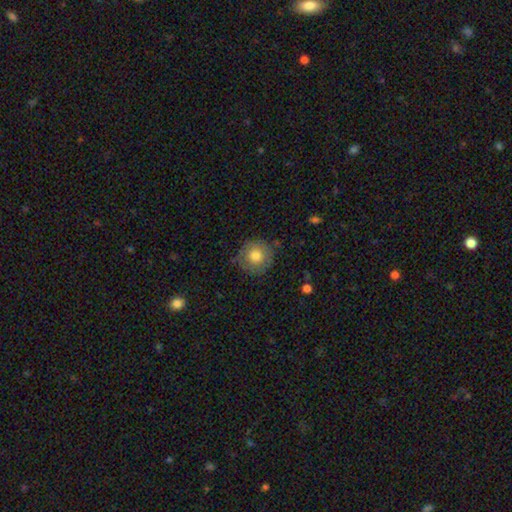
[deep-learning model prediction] This is likely a smooth galaxy (73%). How rounded: clearly round (93%). Merging: likely none (71%).